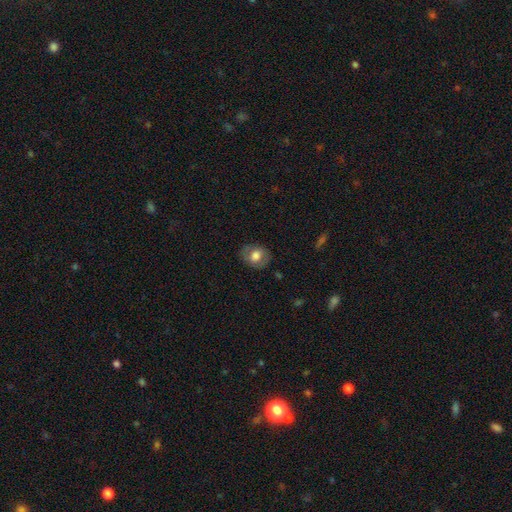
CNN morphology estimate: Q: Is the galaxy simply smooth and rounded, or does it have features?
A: smooth — 67%.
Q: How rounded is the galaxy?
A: in between — 51%.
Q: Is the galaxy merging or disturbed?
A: none — 80%.